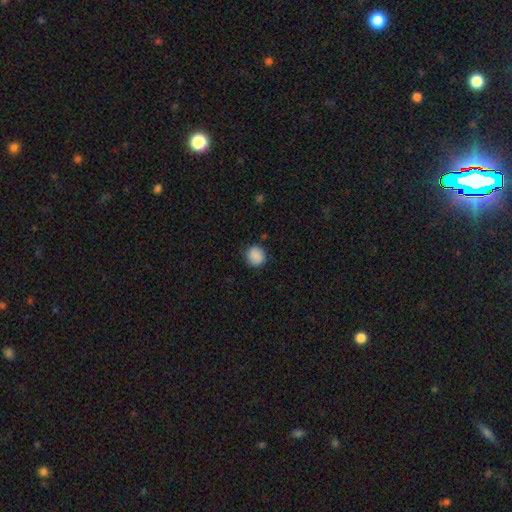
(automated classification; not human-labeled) Smooth or featured? smooth (88%)
How rounded? round (87%)
Merging? none (87%)